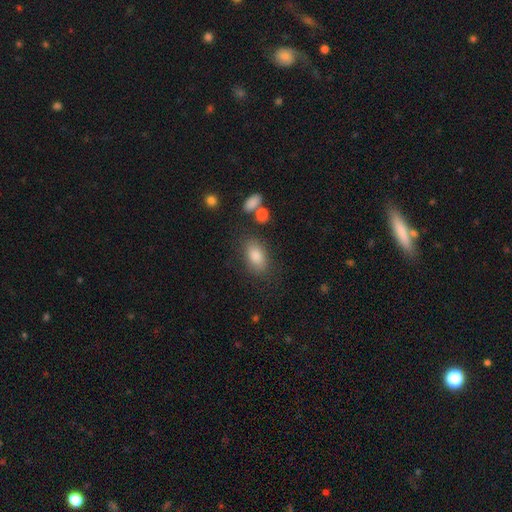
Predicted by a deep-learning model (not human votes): smooth_or_featured: smooth (p=0.84) [alt: star or artifact p=0.09]
how_rounded: in between (p=0.88) [alt: round p=0.08]
merging: none (p=0.76) [alt: minor disturbance p=0.14]